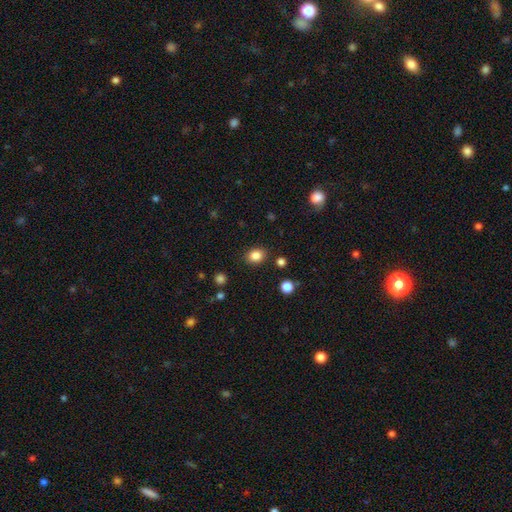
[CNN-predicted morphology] This appears to be a smooth galaxy with no disk features (85%) that is round (53%). Merging: none (85%).